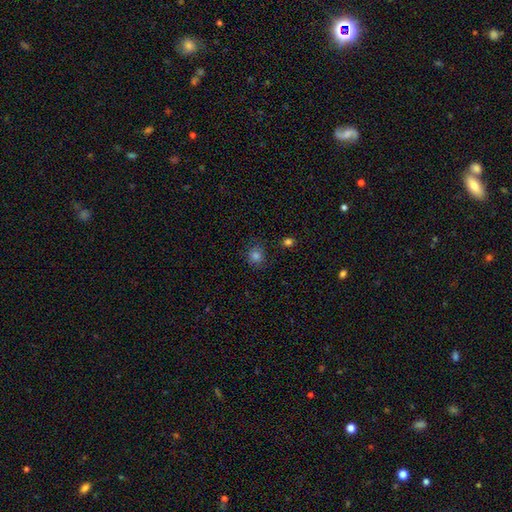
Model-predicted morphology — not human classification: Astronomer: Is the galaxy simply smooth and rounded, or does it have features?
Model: smooth — 80%.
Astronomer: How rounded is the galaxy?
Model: round — 86%.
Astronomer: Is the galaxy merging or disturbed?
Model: none — 84%.